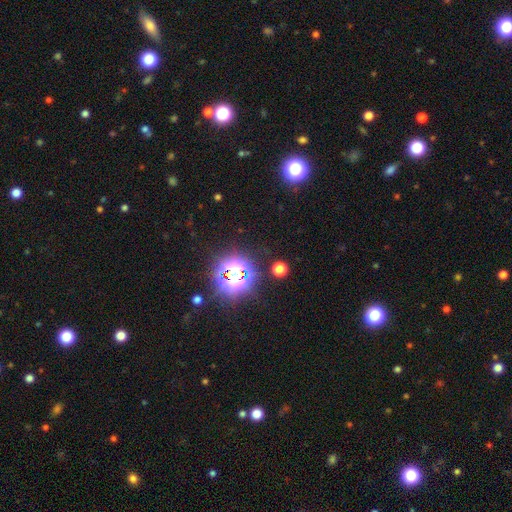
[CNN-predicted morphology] Smooth or featured? Predicted: star or artifact (p=0.80).